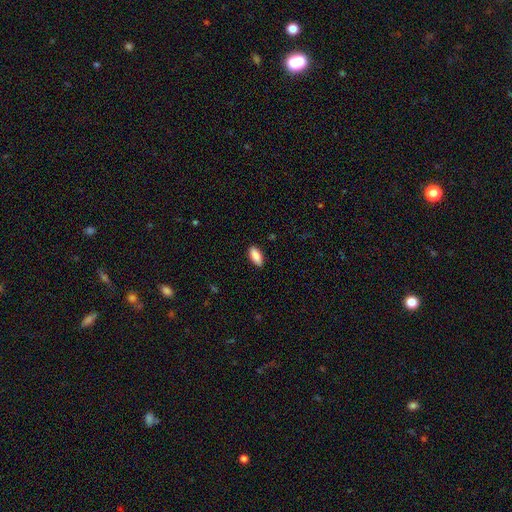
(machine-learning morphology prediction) A smooth galaxy with no disk features (89%) that is in between round and cigar-shaped (85%). Merging: none (87%).